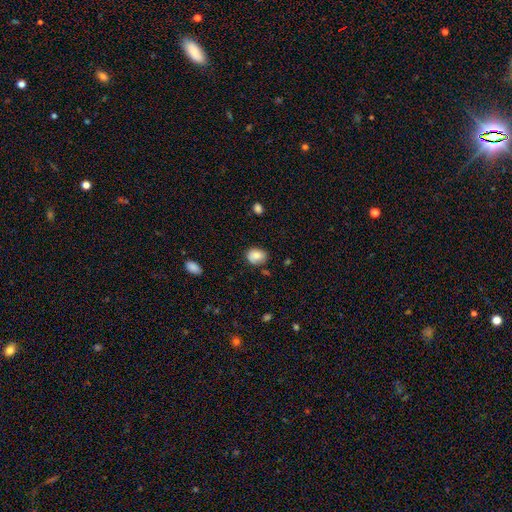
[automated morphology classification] smooth 81%, featured or disk 11%, star or artifact 8%. Down the decision tree: how rounded — in between (57%); merging — none (70%).